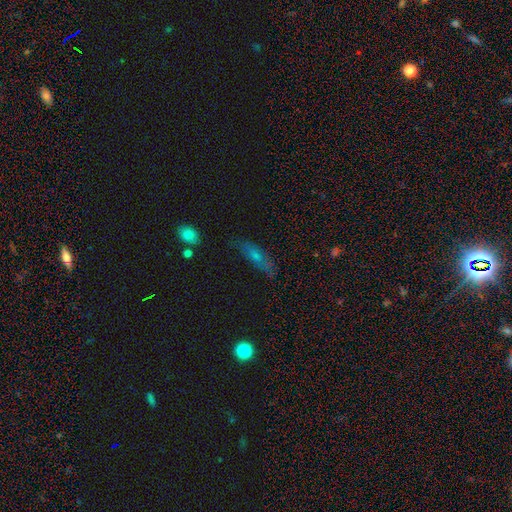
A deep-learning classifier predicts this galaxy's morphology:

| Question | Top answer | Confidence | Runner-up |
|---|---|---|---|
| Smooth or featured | smooth | 50% | featured or disk (34%) |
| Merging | none | 72% | minor disturbance (19%) |